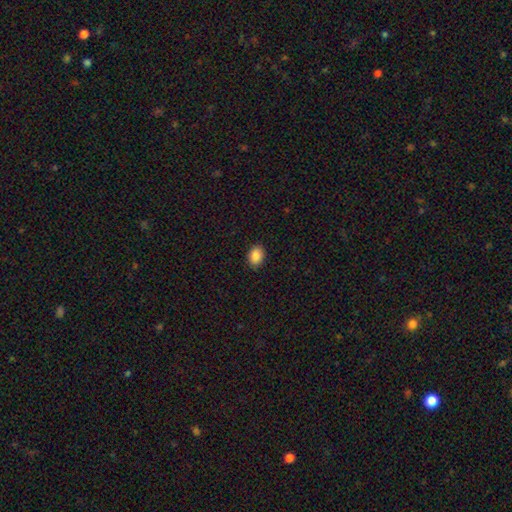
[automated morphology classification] Smooth or featured? Predicted: smooth (p=0.88). How rounded? Predicted: in between (p=0.72). Merging? Predicted: none (p=0.88).